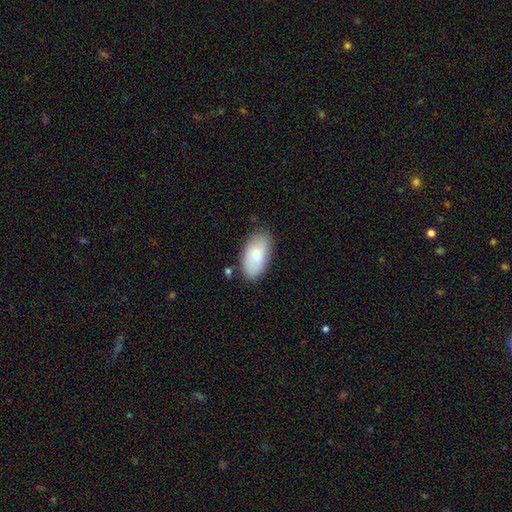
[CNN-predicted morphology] Overall: smooth (82%). How rounded: in between (95%). Merging: none (79%).